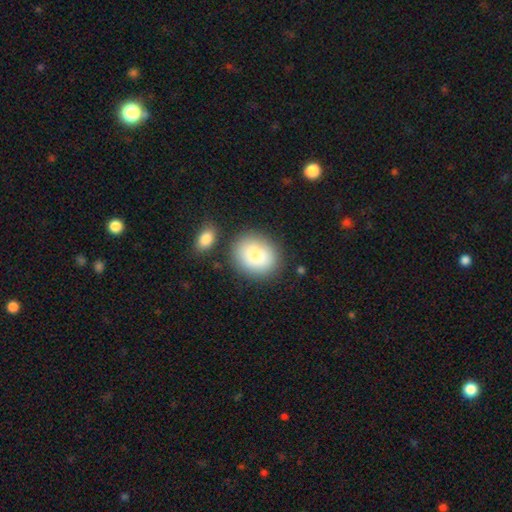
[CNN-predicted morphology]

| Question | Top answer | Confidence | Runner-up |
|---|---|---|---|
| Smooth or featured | smooth | 85% | featured or disk (7%) |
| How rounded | round | 57% | in between (42%) |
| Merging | none | 73% | minor disturbance (14%) |